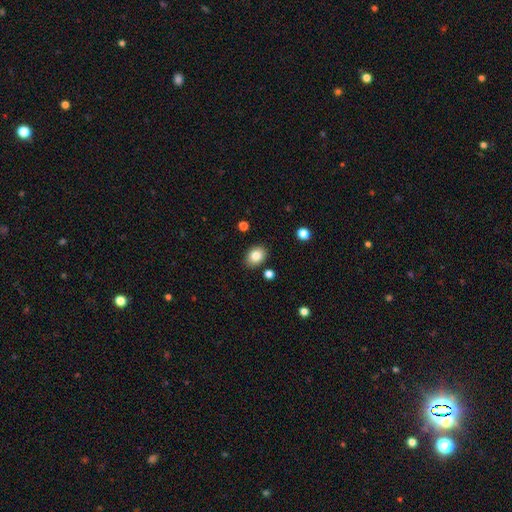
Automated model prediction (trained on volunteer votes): Smooth or featured: smooth — 83% (star or artifact — 9%)
How rounded: in between — 68% (round — 31%)
Merging: none — 85% (minor disturbance — 10%)